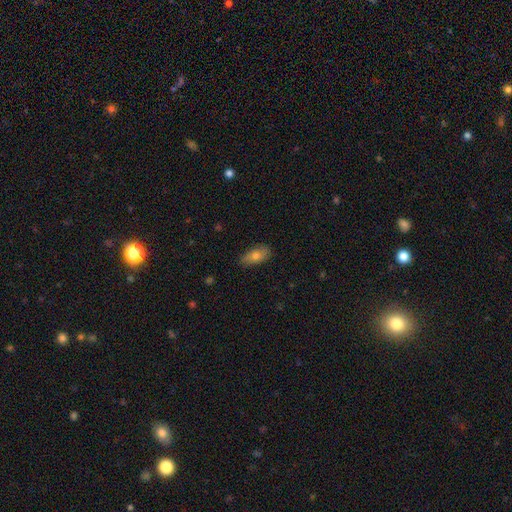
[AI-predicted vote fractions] This appears to be a smooth galaxy with no disk features (75%) that is in between round and cigar-shaped (87%). Merging: none (83%).